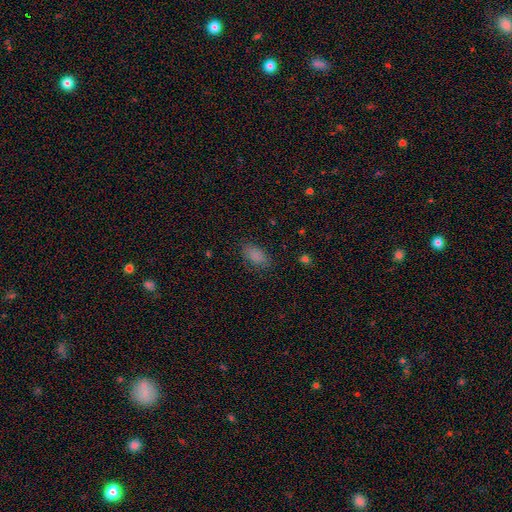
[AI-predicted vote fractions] Q: Smooth or featured?
A: smooth (84%); runner-up: star or artifact (11%)
Q: How rounded?
A: in between (91%); runner-up: round (6%)
Q: Merging?
A: none (80%); runner-up: minor disturbance (14%)